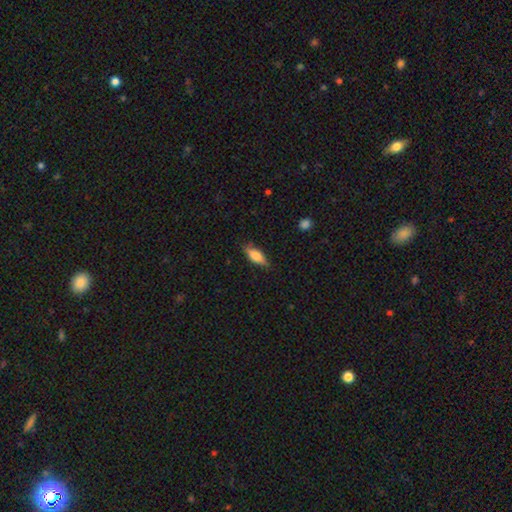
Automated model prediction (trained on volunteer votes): A smooth galaxy with no disk features (67%) that is in between round and cigar-shaped (62%).

Vote fractions:
- Smooth or featured? smooth: 67% / featured or disk: 27% / star or artifact: 7%
- How rounded? in between: 62% / cigar-shaped: 35% / round: 3%
- Merging? none: 82% / minor disturbance: 14% / major disturbance: 3% / merger: 1%